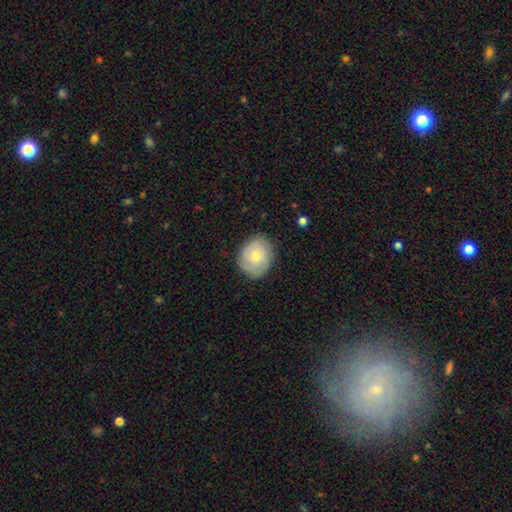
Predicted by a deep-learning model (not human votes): Smooth or featured: smooth — 59% (featured or disk — 35%)
How rounded: round — 59% (in between — 40%)
Merging: none — 80% (minor disturbance — 16%)